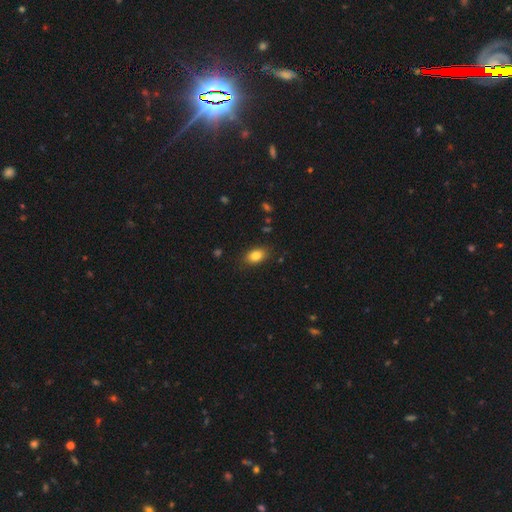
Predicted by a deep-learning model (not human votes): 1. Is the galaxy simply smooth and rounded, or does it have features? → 84% smooth, 9% star or artifact, 7% featured or disk.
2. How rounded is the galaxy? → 84% in between, 15% round, 2% cigar-shaped.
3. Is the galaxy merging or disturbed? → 86% none, 11% minor disturbance, 3% major disturbance, 1% merger.